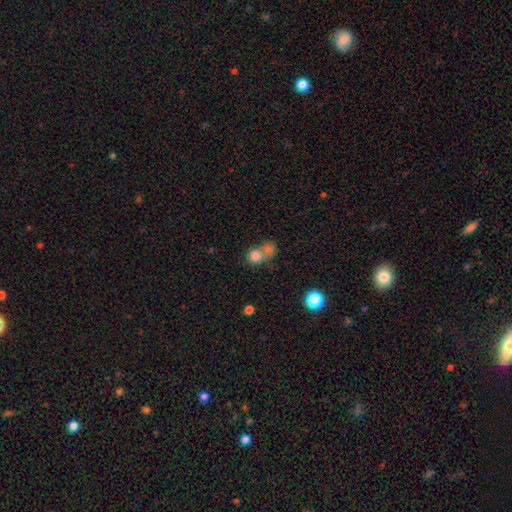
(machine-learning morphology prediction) type=smooth (78%); roundness=round (74%); merging=merger (62%).